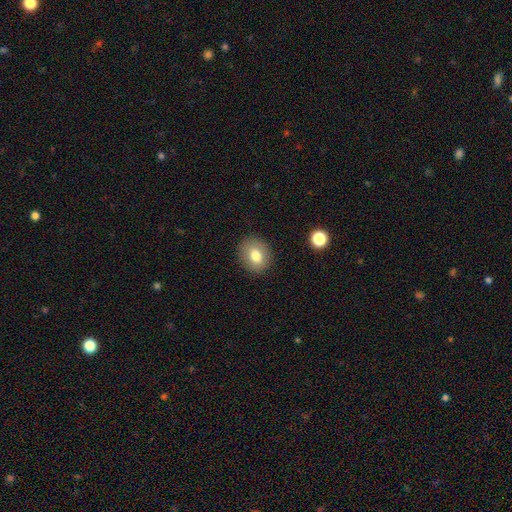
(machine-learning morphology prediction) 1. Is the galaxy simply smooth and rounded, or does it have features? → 78% smooth, 13% featured or disk, 9% star or artifact.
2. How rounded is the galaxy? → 60% round, 39% in between, 1% cigar-shaped.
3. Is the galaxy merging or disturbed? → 88% none, 9% minor disturbance, 3% major disturbance, 1% merger.